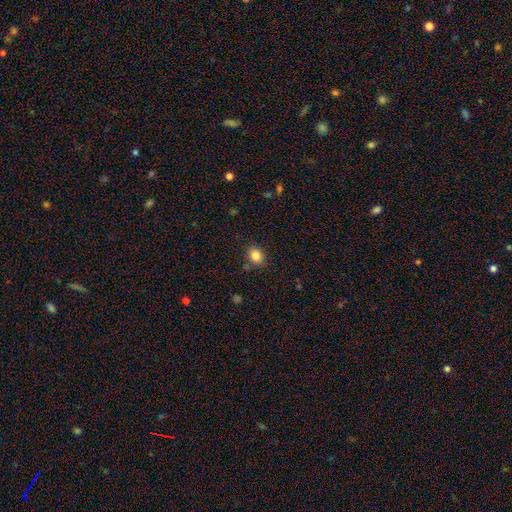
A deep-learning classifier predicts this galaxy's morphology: Overall: smooth (84%). How rounded: round (53%; in between 46%). Merging: none (83%).